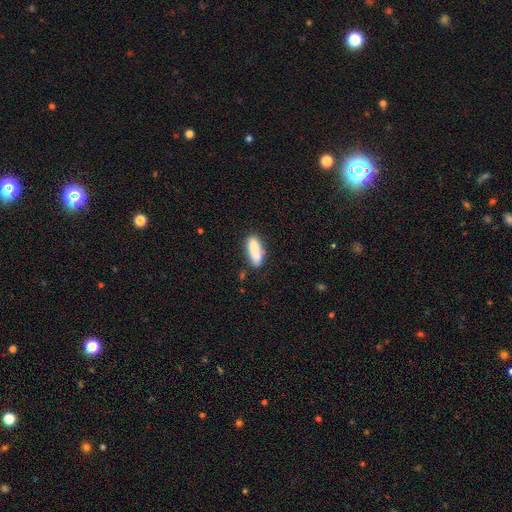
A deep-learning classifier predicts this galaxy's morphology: This is clearly a smooth galaxy (83%). How rounded: likely in between (75%). Merging: likely none (69%).